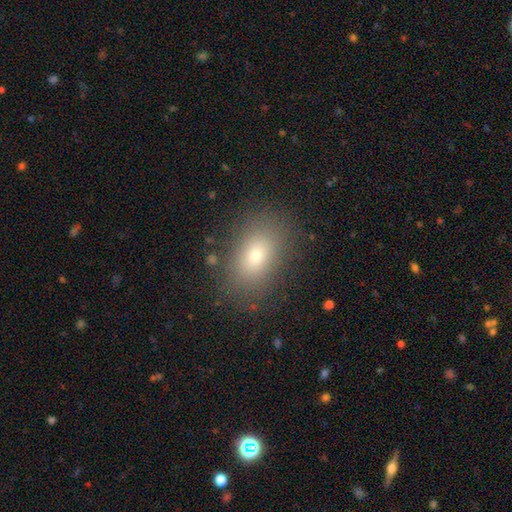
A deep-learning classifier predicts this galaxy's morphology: Q: Smooth or featured?
A: smooth (71%); runner-up: featured or disk (15%)
Q: How rounded?
A: in between (80%); runner-up: round (18%)
Q: Merging?
A: none (83%); runner-up: minor disturbance (11%)